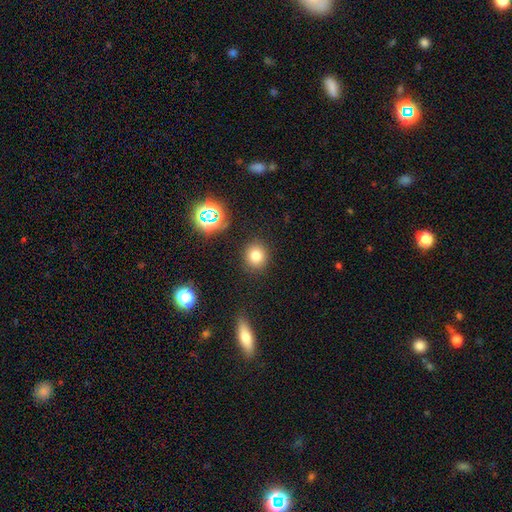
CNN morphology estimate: Smooth or featured? Predicted: smooth (p=0.76). How rounded? Predicted: round (p=0.84). Merging? Predicted: none (p=0.88).